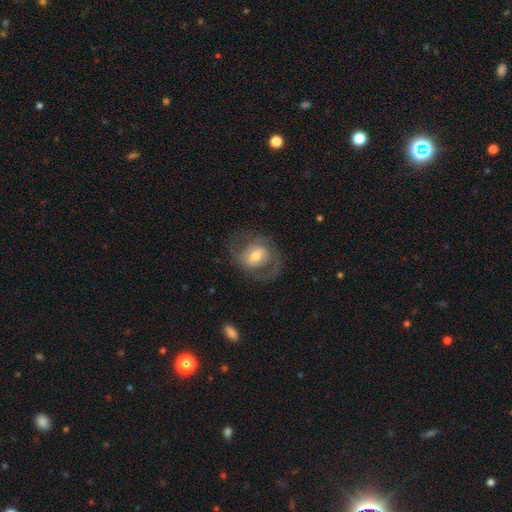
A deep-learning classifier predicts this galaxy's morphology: Smooth or featured: featured or disk — 63% (smooth — 30%)
Edge-on disk: no — 95% (yes — 5%)
Bar: weak — 44% (no — 34%)
Spiral arms: yes — 68% (no — 32%)
Bulge size: moderate — 67% (small — 17%)
Merging: none — 65% (major disturbance — 17%)